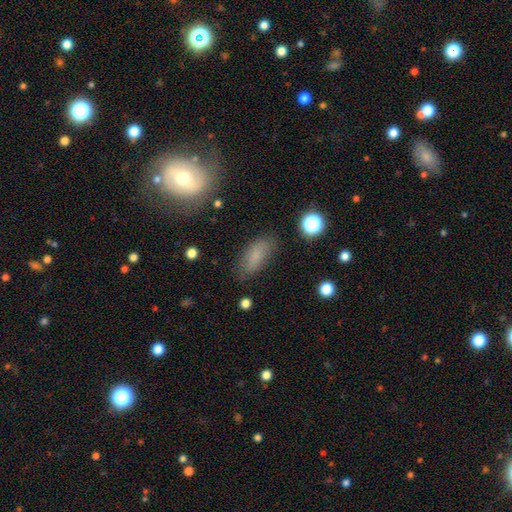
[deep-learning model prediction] This is likely a smooth galaxy (76%). How rounded: clearly in between (83%). Merging: likely none (75%).